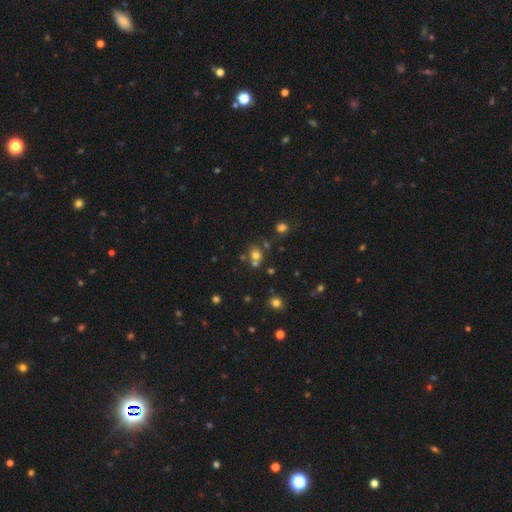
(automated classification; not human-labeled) Smooth or featured?
  - smooth: 67% *
  - star or artifact: 22%
  - featured or disk: 11%
How rounded?
  - round: 76% *
  - in between: 23%
  - cigar-shaped: 1%
Merging?
  - none: 53% *
  - merger: 32%
  - minor disturbance: 10%
  - major disturbance: 5%